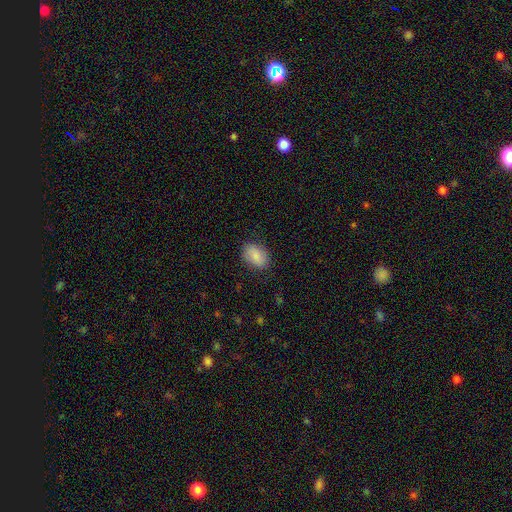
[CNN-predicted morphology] smooth-or-featured: smooth: 83% | featured or disk: 10% | star or artifact: 7%
  how-rounded: in between: 85% | round: 14% | cigar-shaped: 1%
  merging: none: 81% | minor disturbance: 15% | major disturbance: 4% | merger: 1%